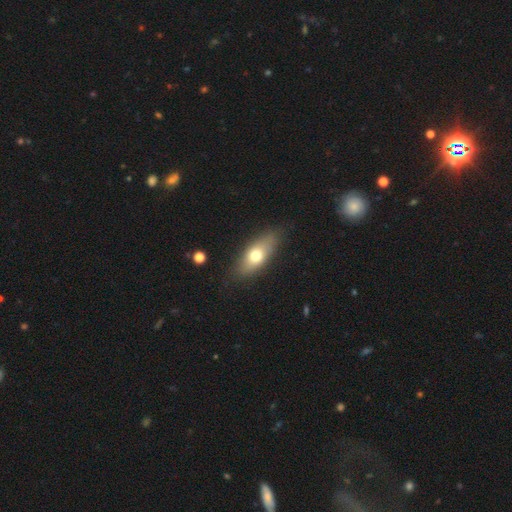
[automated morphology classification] Smooth or featured? smooth (67%)
How rounded? in between (75%)
Merging? none (81%)